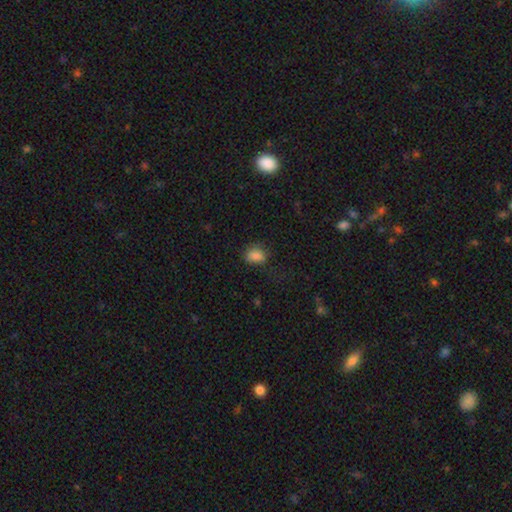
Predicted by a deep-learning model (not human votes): Overall: smooth (83%). How rounded: in between (69%; round 30%). Merging: none (62%; minor disturbance 25%).